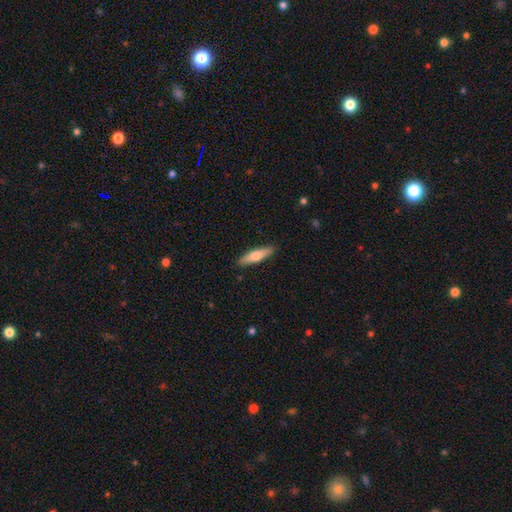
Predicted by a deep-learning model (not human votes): smooth_or_featured: smooth (p=0.63) [alt: featured or disk p=0.32]
how_rounded: cigar-shaped (p=0.67) [alt: in between p=0.31]
merging: none (p=0.89) [alt: minor disturbance p=0.08]